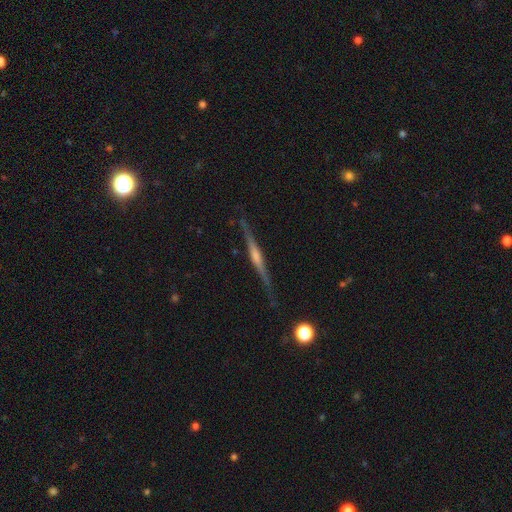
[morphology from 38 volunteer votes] Smooth or featured?
  - featured or disk: 92% *
  - smooth: 5%
  - star or artifact: 3%
Edge-on disk?
  - yes: 100% *
  - no: 0%
Edge-on bulge?
  - rounded: 71% *
  - boxy: 14%
  - none: 14%
Merging?
  - none: 84% *
  - minor disturbance: 11%
  - major disturbance: 5%
  - merger: 0%